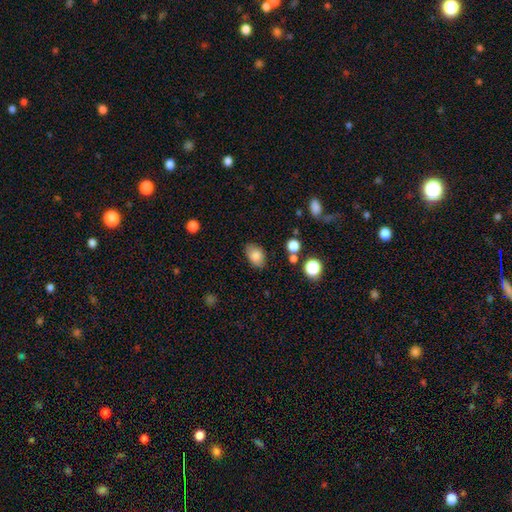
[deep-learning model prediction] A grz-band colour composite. It shows a smooth galaxy with no disk features (81%) that is in between round and cigar-shaped (84%). Merging: none (81%).